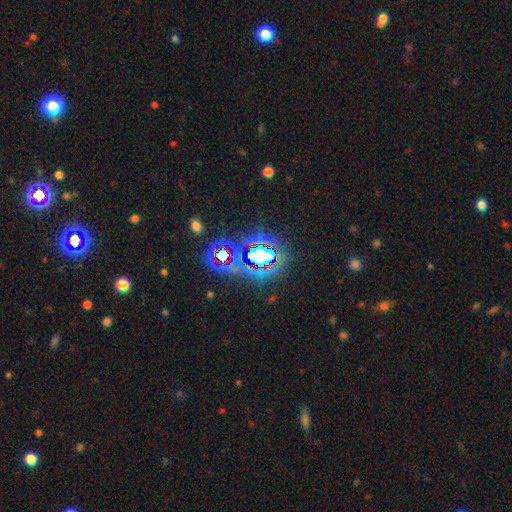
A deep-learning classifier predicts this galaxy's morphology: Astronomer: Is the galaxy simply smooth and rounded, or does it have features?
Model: star or artifact — 79%.